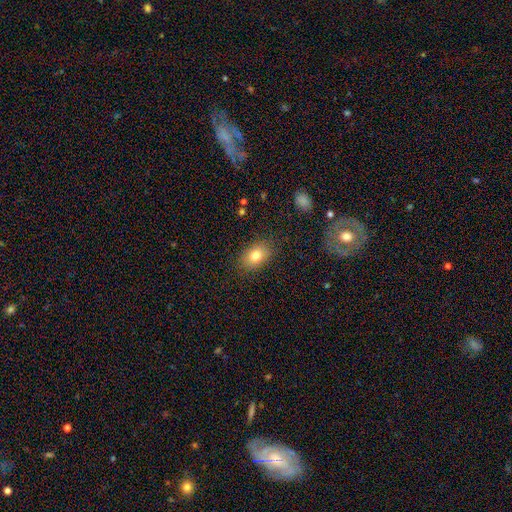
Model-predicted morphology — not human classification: A smooth galaxy with no disk features (79%) that is in between round and cigar-shaped (81%). Merging: none (86%).